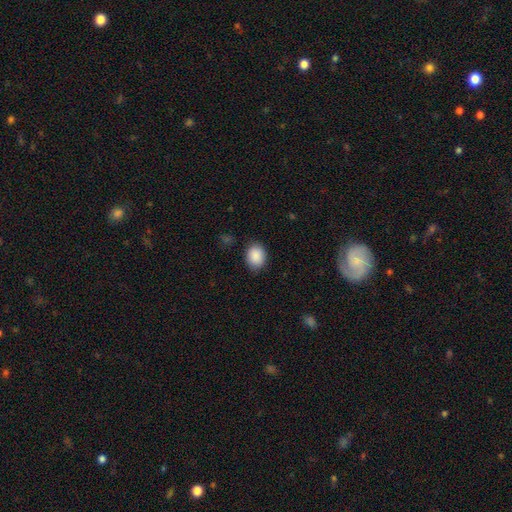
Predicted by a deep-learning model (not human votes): Smooth or featured?
  - smooth: 89% *
  - star or artifact: 7%
  - featured or disk: 3%
How rounded?
  - in between: 61% *
  - round: 38%
  - cigar-shaped: 1%
Merging?
  - none: 83% *
  - minor disturbance: 12%
  - major disturbance: 3%
  - merger: 1%